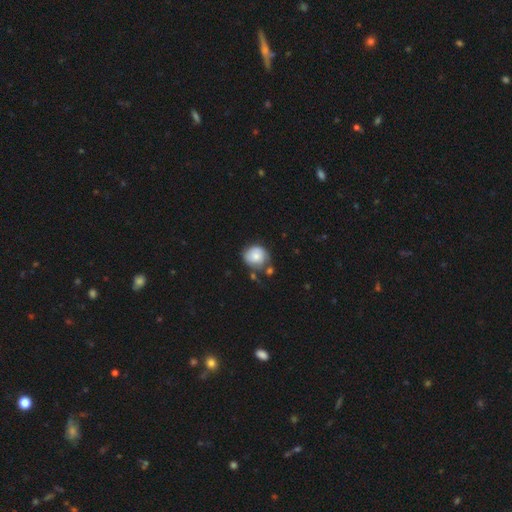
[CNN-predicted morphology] Smooth or featured?
  - smooth: 75% *
  - featured or disk: 17%
  - star or artifact: 8%
How rounded?
  - round: 85% *
  - in between: 14%
  - cigar-shaped: 1%
Merging?
  - none: 58% *
  - minor disturbance: 23%
  - merger: 13%
  - major disturbance: 7%